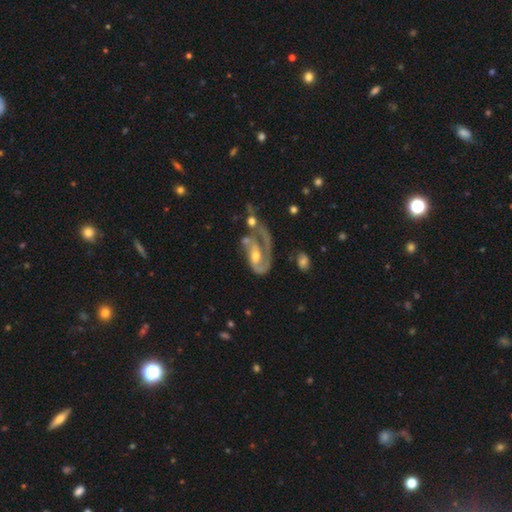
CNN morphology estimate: This is clearly a featured or disk galaxy (81%). It is clearly not viewed edge-on (96%). Bar: possibly no (51%). Spiral arm pattern: clearly yes (85%). Spiral arm count: possibly 1 (59%). Spiral winding: marginally medium (38%). Central bulge: likely moderate (60%). Merging: marginally major disturbance (37%).